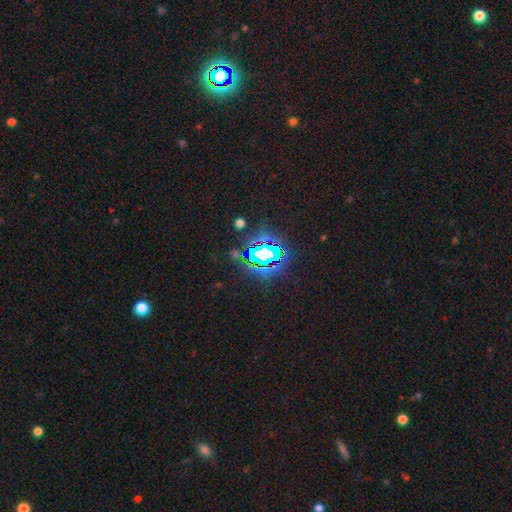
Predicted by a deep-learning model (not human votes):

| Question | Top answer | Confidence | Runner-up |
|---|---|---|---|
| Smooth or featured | star or artifact | 79% | smooth (12%) |